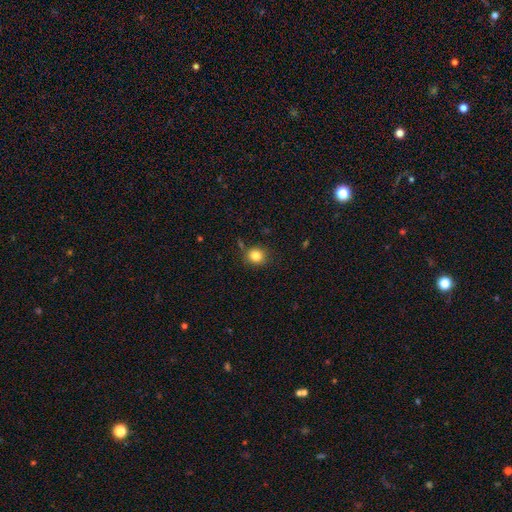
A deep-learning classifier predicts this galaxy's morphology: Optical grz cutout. It shows a smooth galaxy with no disk features (83%) that is round (78%). Merging: none (82%).